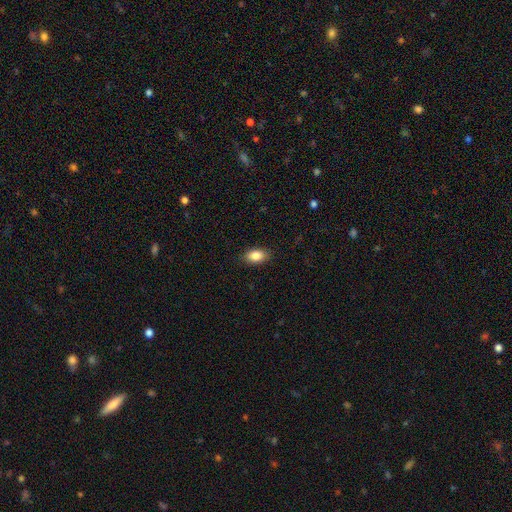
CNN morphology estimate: A smooth galaxy with no disk features (86%) that is in between round and cigar-shaped (89%).

Vote fractions:
- Smooth or featured? smooth: 86% / star or artifact: 8% / featured or disk: 6%
- How rounded? in between: 89% / round: 9% / cigar-shaped: 2%
- Merging? none: 88% / minor disturbance: 9% / major disturbance: 2% / merger: 1%